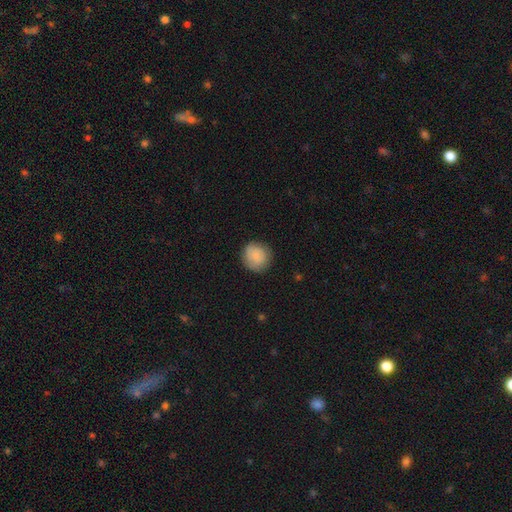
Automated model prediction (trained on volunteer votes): smooth 85%, featured or disk 8%, star or artifact 7%. Down the decision tree: how rounded — round (91%); merging — none (84%).